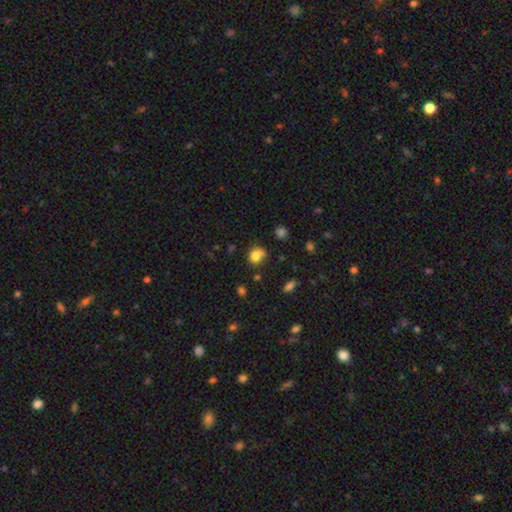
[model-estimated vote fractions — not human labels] Overall: smooth (80%). How rounded: round (57%; in between 42%). Merging: none (52%; minor disturbance 30%).